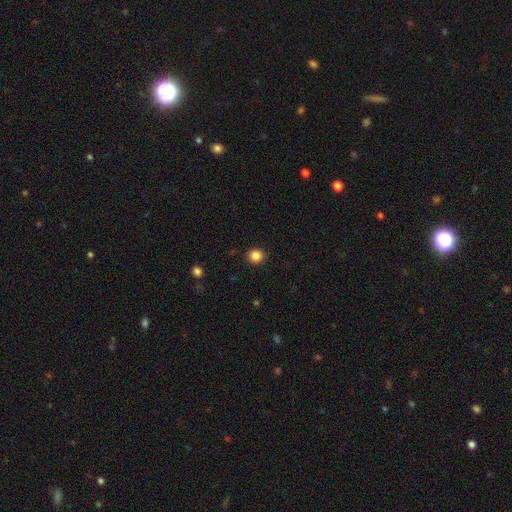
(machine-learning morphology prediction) smooth-or-featured: smooth: 85% | star or artifact: 11% | featured or disk: 4%
  how-rounded: round: 93% | in between: 6% | cigar-shaped: 1%
  merging: none: 93% | minor disturbance: 5% | major disturbance: 2% | merger: 1%